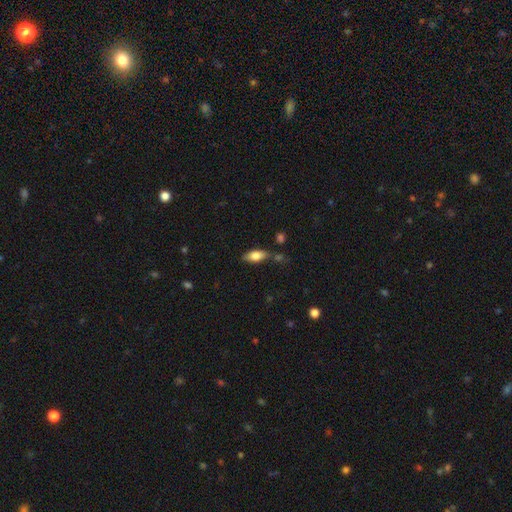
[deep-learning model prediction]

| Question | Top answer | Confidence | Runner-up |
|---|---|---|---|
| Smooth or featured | smooth | 74% | featured or disk (19%) |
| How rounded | in between | 80% | cigar-shaped (17%) |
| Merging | none | 72% | minor disturbance (17%) |